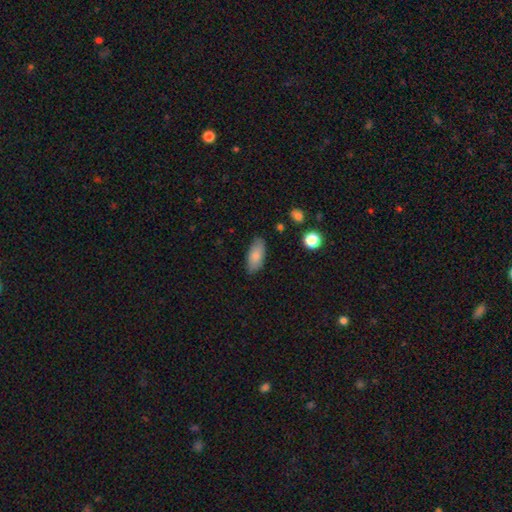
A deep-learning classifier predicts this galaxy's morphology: Q: Smooth or featured?
A: smooth (82%); runner-up: featured or disk (11%)
Q: How rounded?
A: in between (87%); runner-up: cigar-shaped (11%)
Q: Merging?
A: none (82%); runner-up: minor disturbance (14%)